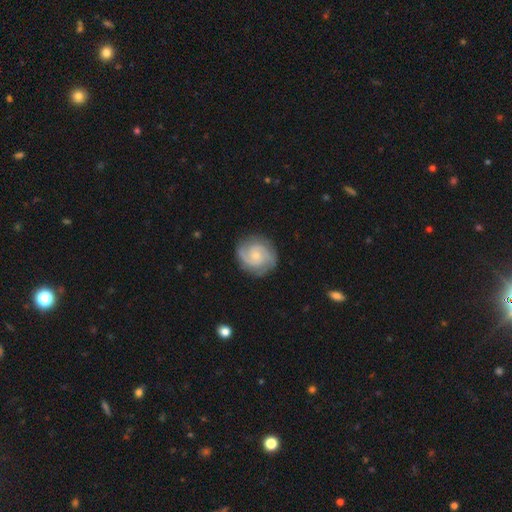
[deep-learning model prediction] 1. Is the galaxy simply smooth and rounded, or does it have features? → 87% featured or disk, 9% smooth, 5% star or artifact.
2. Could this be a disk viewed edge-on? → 98% no, 2% yes.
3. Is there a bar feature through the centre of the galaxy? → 65% no, 31% weak, 5% strong.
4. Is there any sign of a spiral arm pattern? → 98% yes, 2% no.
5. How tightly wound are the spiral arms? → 58% tight, 36% medium, 6% loose.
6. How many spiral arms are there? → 64% 2, 20% 3, 7% can't tell, 3% 4, 3% 1, 3% more than 4.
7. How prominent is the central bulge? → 67% small, 27% moderate, 4% none, 2% large, 1% dominant.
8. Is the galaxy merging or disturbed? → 84% none, 12% minor disturbance, 4% major disturbance, 1% merger.